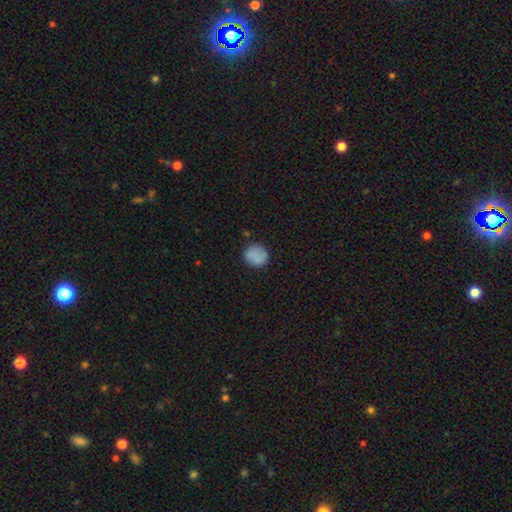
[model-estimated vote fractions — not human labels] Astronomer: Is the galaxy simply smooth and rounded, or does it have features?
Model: smooth — 84%.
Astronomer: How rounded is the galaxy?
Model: round — 87%.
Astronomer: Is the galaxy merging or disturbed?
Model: none — 81%.